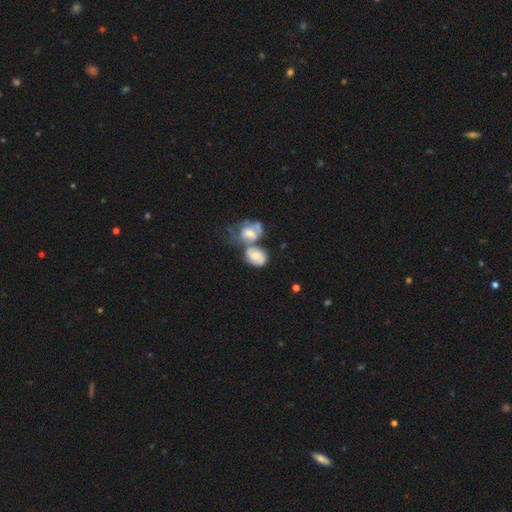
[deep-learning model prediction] Q: Smooth or featured?
A: featured or disk (48%); runner-up: smooth (43%)
Q: Merging?
A: merger (60%); runner-up: none (20%)